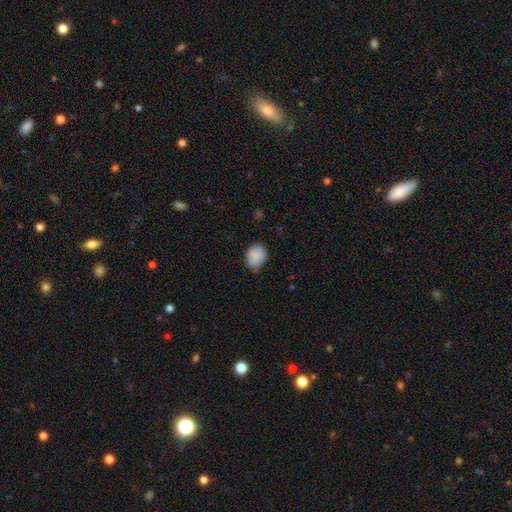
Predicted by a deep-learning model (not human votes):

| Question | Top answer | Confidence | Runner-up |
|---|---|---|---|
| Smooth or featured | smooth | 88% | star or artifact (8%) |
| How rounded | in between | 54% | round (45%) |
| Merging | none | 75% | minor disturbance (21%) |